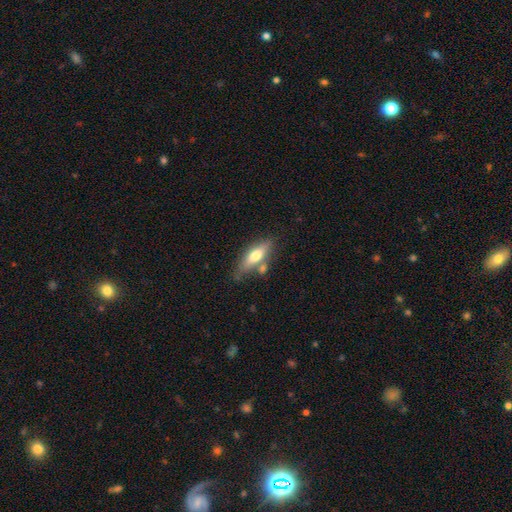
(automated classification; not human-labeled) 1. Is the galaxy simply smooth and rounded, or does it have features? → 57% smooth, 37% featured or disk, 6% star or artifact.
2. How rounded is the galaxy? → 49% in between, 48% cigar-shaped, 3% round.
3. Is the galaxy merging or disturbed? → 63% none, 17% minor disturbance, 16% merger, 5% major disturbance.